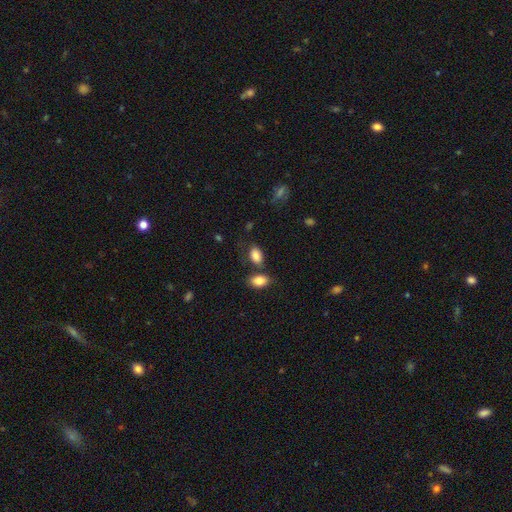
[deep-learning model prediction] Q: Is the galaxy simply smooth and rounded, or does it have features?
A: smooth — 85%.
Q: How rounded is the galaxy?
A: in between — 89%.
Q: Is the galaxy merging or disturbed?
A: none — 62%.